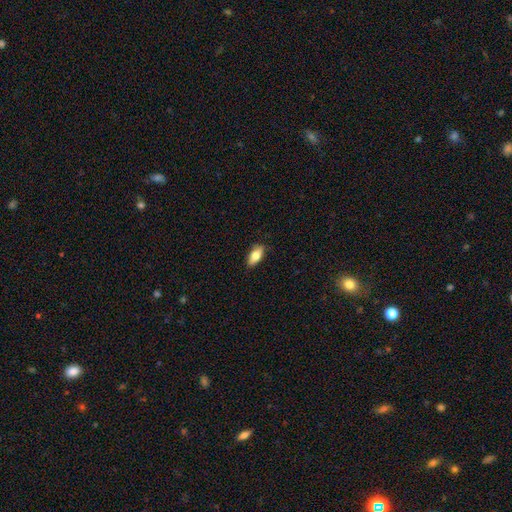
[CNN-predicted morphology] Smooth or featured: smooth — 73% (featured or disk — 21%)
How rounded: in between — 83% (cigar-shaped — 14%)
Merging: none — 85% (minor disturbance — 12%)